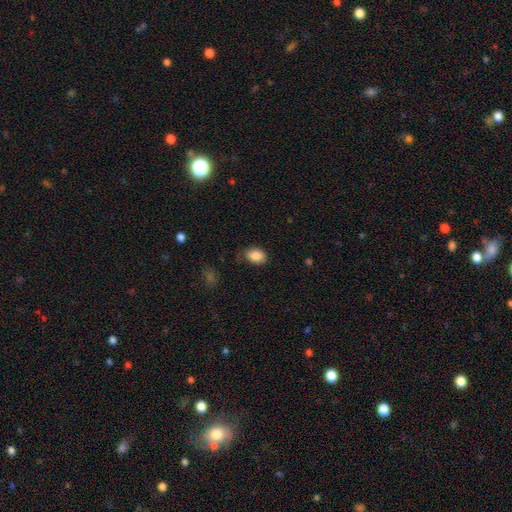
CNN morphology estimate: smooth-or-featured: smooth: 87% | star or artifact: 8% | featured or disk: 5%
  how-rounded: in between: 82% | round: 17% | cigar-shaped: 1%
  merging: none: 77% | minor disturbance: 18% | major disturbance: 4% | merger: 1%